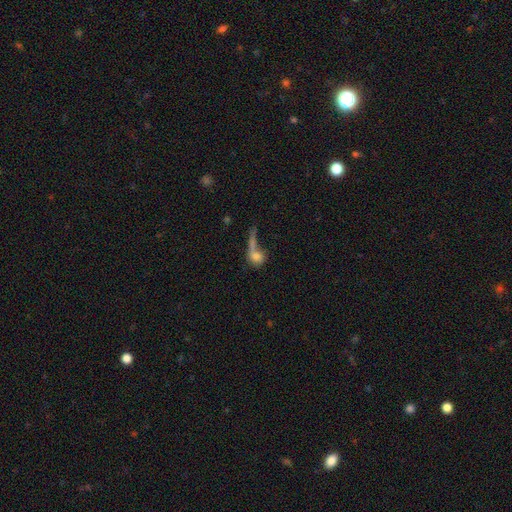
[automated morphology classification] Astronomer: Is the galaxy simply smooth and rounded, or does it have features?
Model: smooth — 58%.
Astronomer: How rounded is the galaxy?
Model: round — 47% (runner-up: in between, 39%).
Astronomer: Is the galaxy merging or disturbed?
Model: merger — 36% (runner-up: major disturbance, 27%).